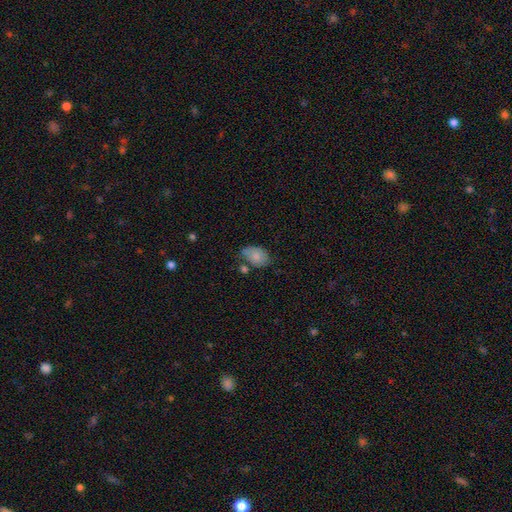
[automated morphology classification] smooth_or_featured: smooth (p=0.79) [alt: featured or disk p=0.13]
how_rounded: in between (p=0.84) [alt: round p=0.15]
merging: none (p=0.52) [alt: minor disturbance p=0.28]